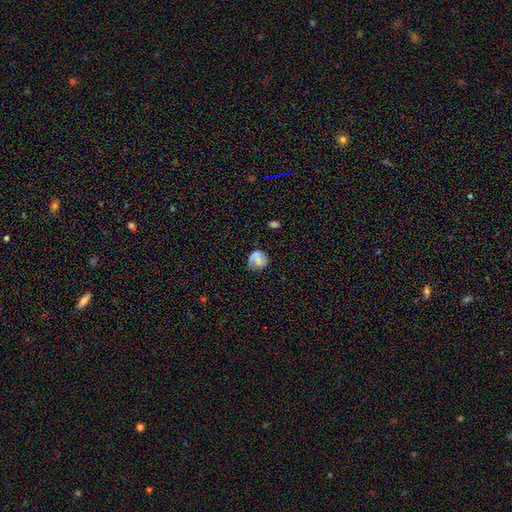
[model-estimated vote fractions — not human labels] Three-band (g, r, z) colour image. It shows a smooth galaxy with no disk features (57%) that is round (79%). Merging: none (61%).